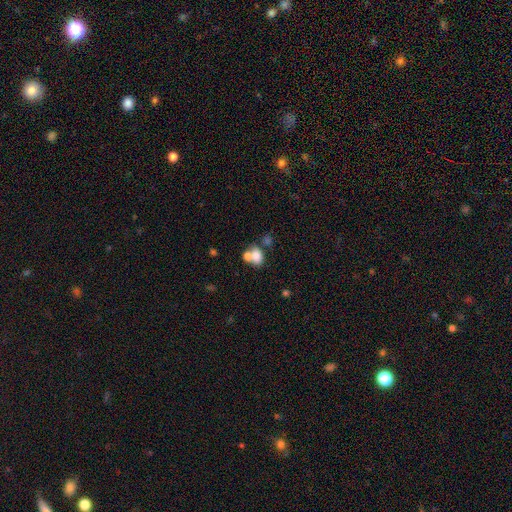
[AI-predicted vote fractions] This appears to be a smooth galaxy with no disk features (76%) that is in between round and cigar-shaped (67%). Merging: merger (48%).